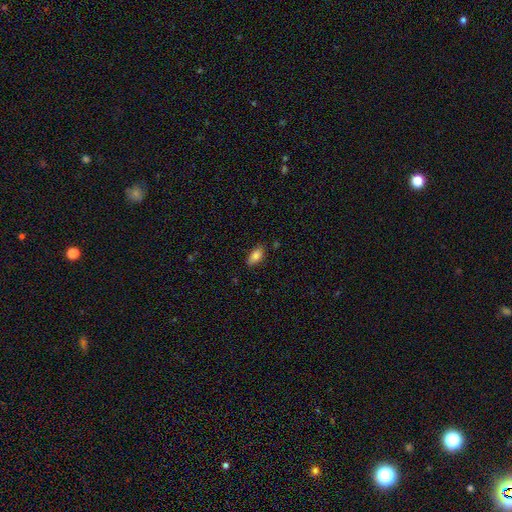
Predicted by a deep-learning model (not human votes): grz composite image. It shows a smooth galaxy with no disk features (83%) that is in between round and cigar-shaped (90%). Merging: none (82%).